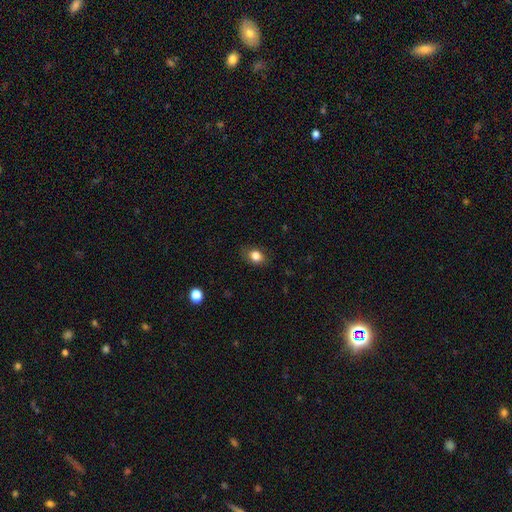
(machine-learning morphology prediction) smooth-or-featured: smooth: 82% | star or artifact: 10% | featured or disk: 8%
  how-rounded: in between: 61% | round: 38% | cigar-shaped: 1%
  merging: none: 81% | minor disturbance: 15% | major disturbance: 4% | merger: 1%